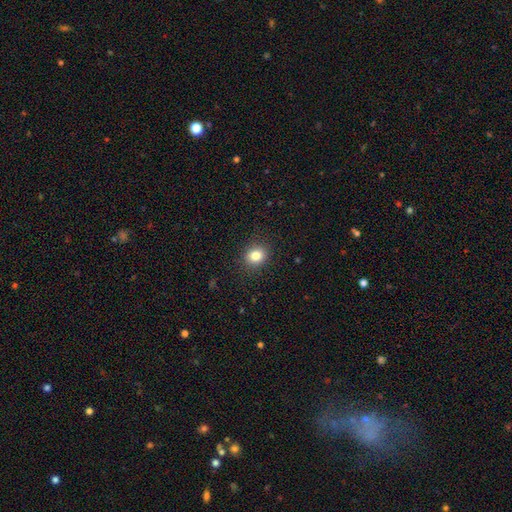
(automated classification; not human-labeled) A smooth galaxy with no disk features (83%) that is round (69%).

Vote fractions:
- Smooth or featured? smooth: 83% / star or artifact: 11% / featured or disk: 6%
- How rounded? round: 69% / in between: 30% / cigar-shaped: 1%
- Merging? none: 89% / minor disturbance: 8% / major disturbance: 2% / merger: 1%